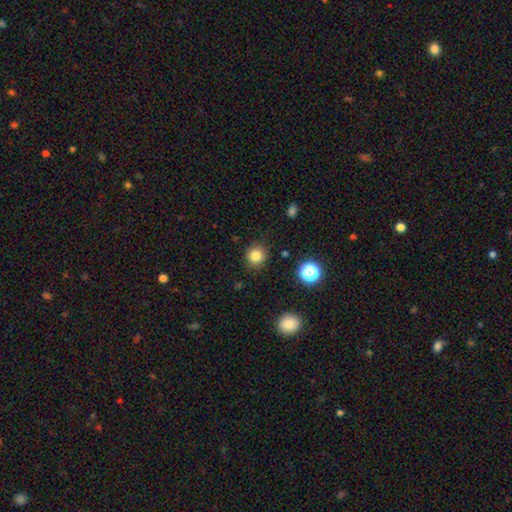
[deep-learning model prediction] Smooth or featured? smooth (82%)
How rounded? round (91%)
Merging? none (89%)